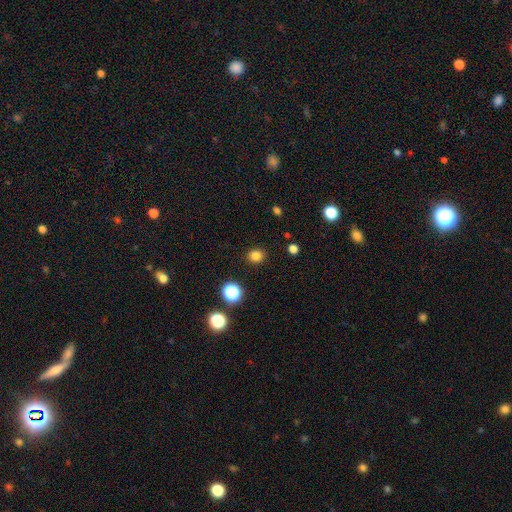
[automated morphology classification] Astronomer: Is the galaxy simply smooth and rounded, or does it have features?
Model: smooth — 81%.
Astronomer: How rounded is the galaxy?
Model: round — 82%.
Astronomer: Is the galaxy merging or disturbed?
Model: none — 90%.